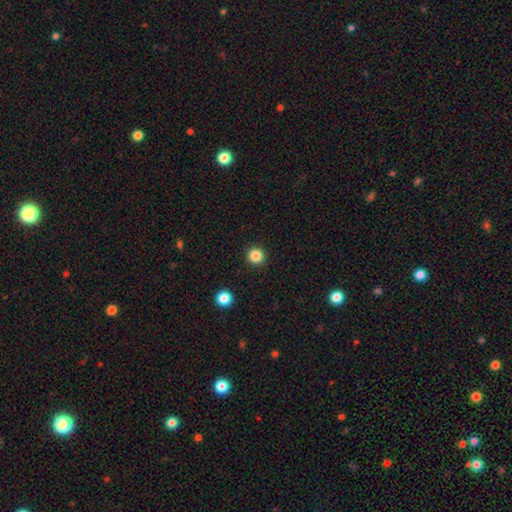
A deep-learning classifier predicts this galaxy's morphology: type=smooth (85%); roundness=round (95%); merging=none (92%).